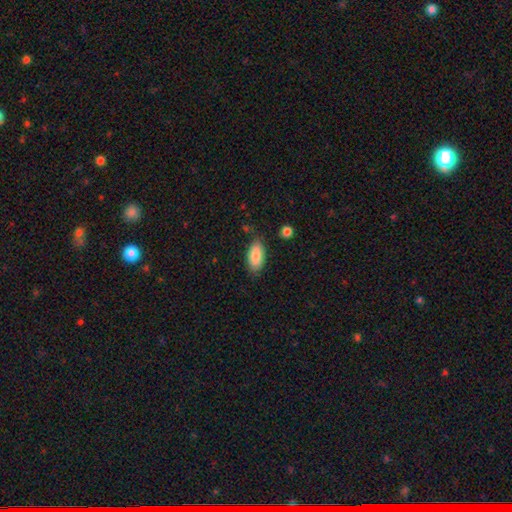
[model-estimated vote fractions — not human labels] Overall: smooth (87%). How rounded: in between (91%). Merging: none (78%).